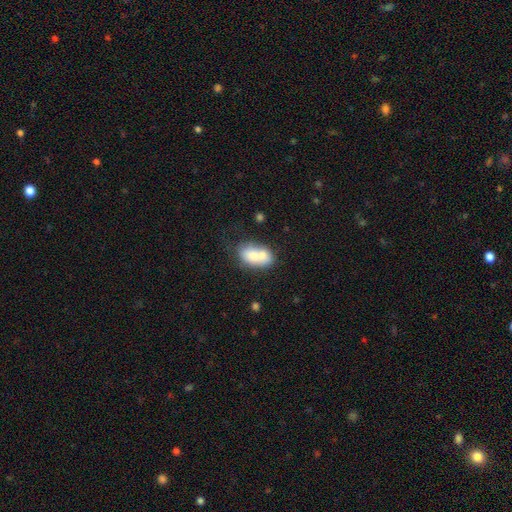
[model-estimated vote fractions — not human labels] smooth_or_featured: smooth (p=0.69) [alt: featured or disk p=0.24]
how_rounded: in between (p=0.84) [alt: round p=0.15]
merging: merger (p=0.57) [alt: none p=0.28]